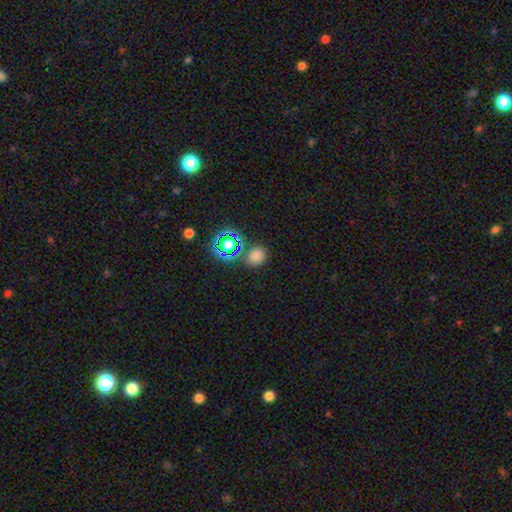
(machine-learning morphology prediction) Overall: smooth (70%). How rounded: round (70%). Merging: none (75%).